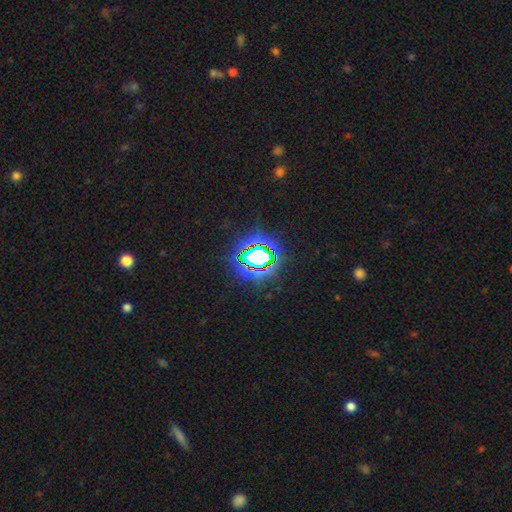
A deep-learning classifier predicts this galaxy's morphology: Smooth or featured? star or artifact (69%)